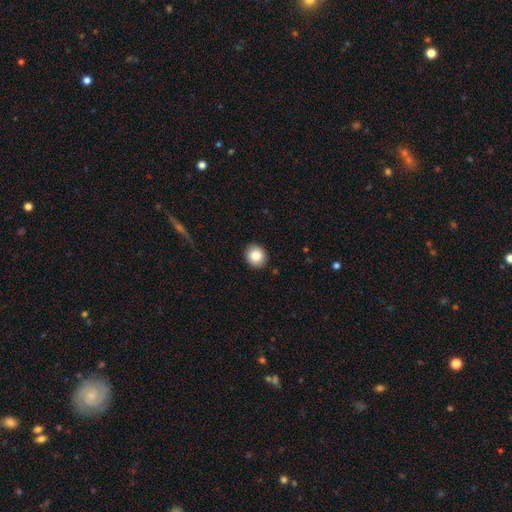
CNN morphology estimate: Smooth or featured?
  - smooth: 83% *
  - star or artifact: 9%
  - featured or disk: 8%
How rounded?
  - round: 79% *
  - in between: 20%
  - cigar-shaped: 1%
Merging?
  - none: 90% *
  - minor disturbance: 7%
  - major disturbance: 2%
  - merger: 1%